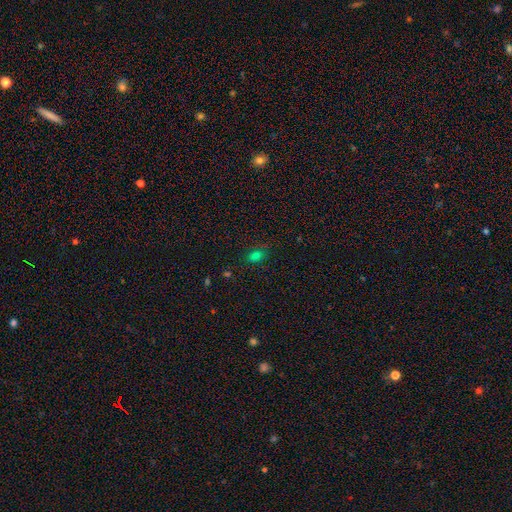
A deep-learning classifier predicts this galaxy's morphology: Q: Smooth or featured?
A: smooth (74%); runner-up: star or artifact (21%)
Q: How rounded?
A: in between (79%); runner-up: round (19%)
Q: Merging?
A: none (79%); runner-up: minor disturbance (15%)